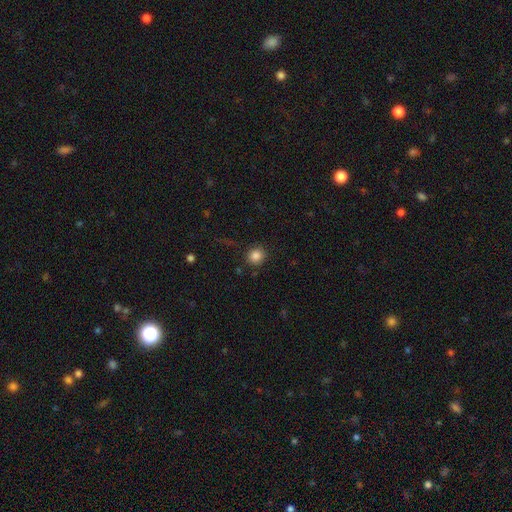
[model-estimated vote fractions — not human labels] This is clearly a smooth galaxy (85%). How rounded: clearly round (88%). Merging: clearly none (88%).